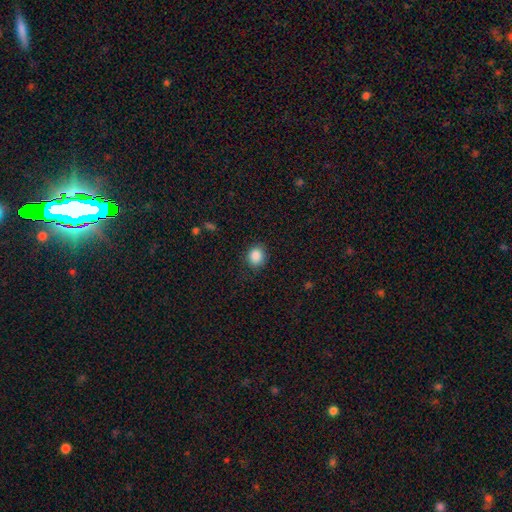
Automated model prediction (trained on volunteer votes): This appears to be a smooth galaxy with no disk features (87%) that is round (74%). Merging: none (85%).